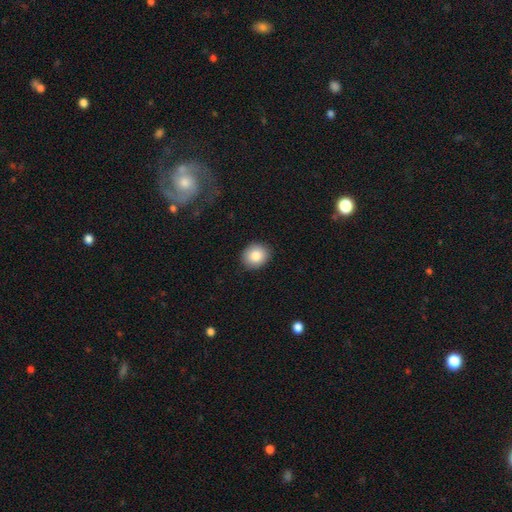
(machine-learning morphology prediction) Overall: smooth (85%). How rounded: round (66%; in between 33%). Merging: none (89%).